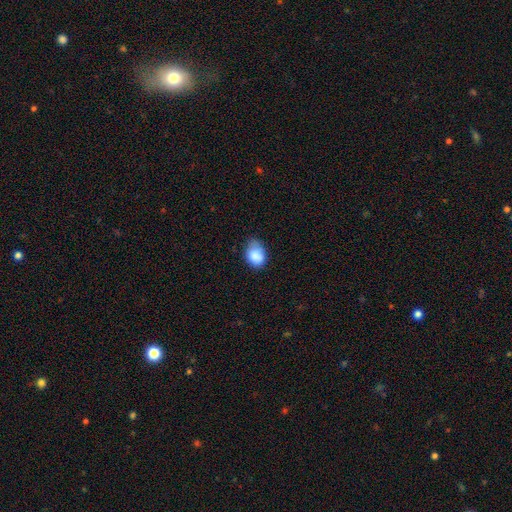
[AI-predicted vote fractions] This appears to be a smooth galaxy with no disk features (86%) that is in between round and cigar-shaped (75%). Merging: none (53%).